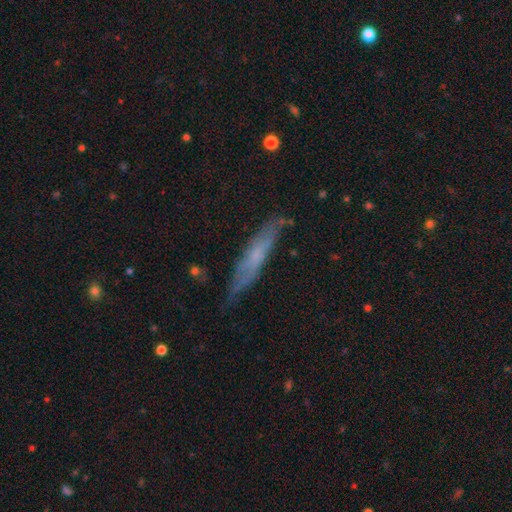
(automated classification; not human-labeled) Overall: featured or disk (51%; smooth 42%). Edge-on disk: yes (64%; no 36%). Merging: none (68%).